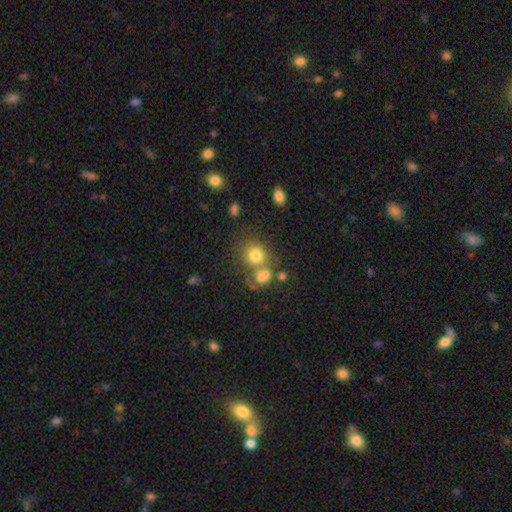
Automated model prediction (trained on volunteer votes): Smooth or featured?
  - smooth: 75% *
  - star or artifact: 13%
  - featured or disk: 12%
How rounded?
  - round: 79% *
  - in between: 20%
  - cigar-shaped: 1%
Merging?
  - none: 54% *
  - merger: 29%
  - minor disturbance: 11%
  - major disturbance: 6%